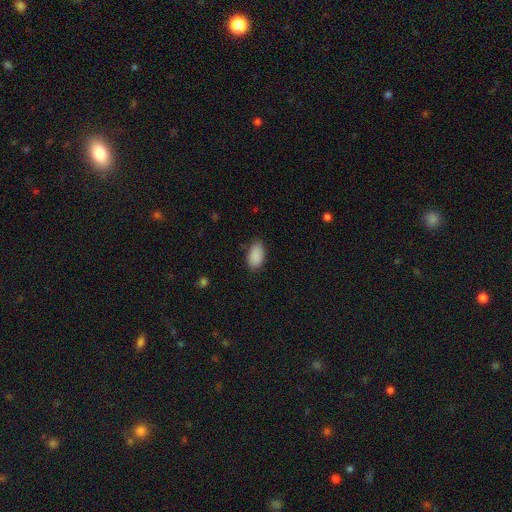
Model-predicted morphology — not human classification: This is clearly a smooth galaxy (89%). How rounded: clearly in between (94%). Merging: clearly none (82%).